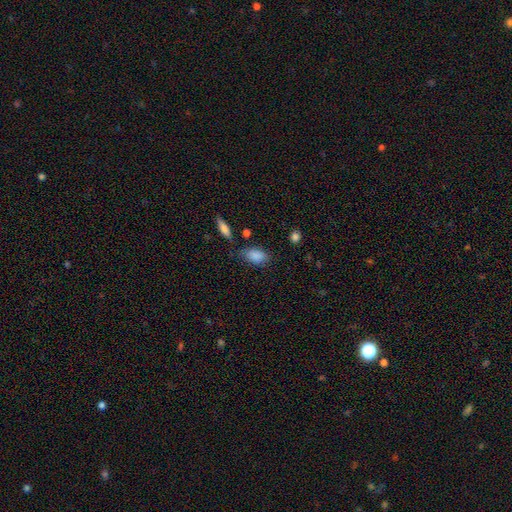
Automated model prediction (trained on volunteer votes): This appears to be a smooth galaxy with no disk features (87%) that is in between round and cigar-shaped (90%). Merging: none (72%).